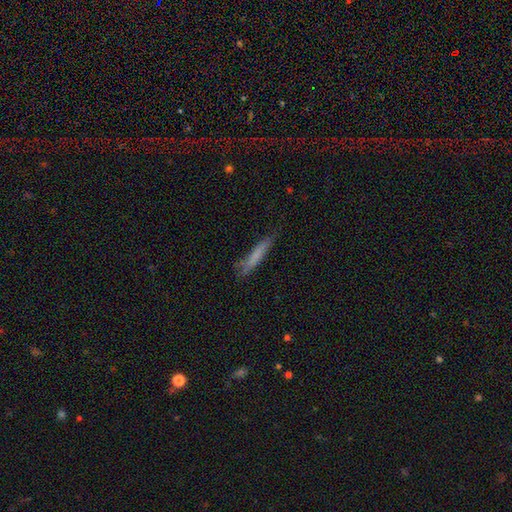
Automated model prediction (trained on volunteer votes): A smooth galaxy with no disk features (72%) that is cigar-shaped (93%). Merging: none (73%).